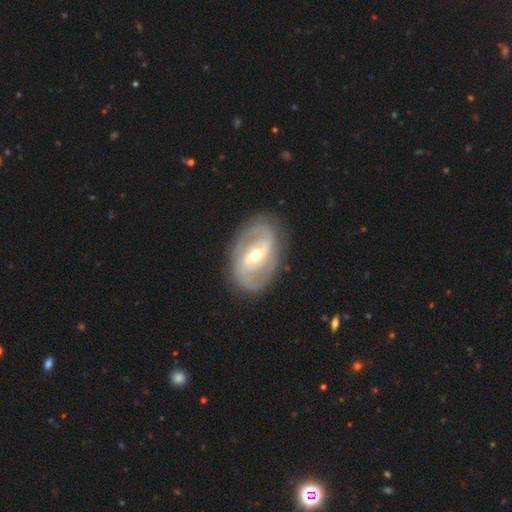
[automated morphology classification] A featured or disk galaxy (85%) with a weak bar (44%), 2 (77%) tight (43%) spiral arms (90%) and a moderate central bulge (62%). Merging: none (82%).